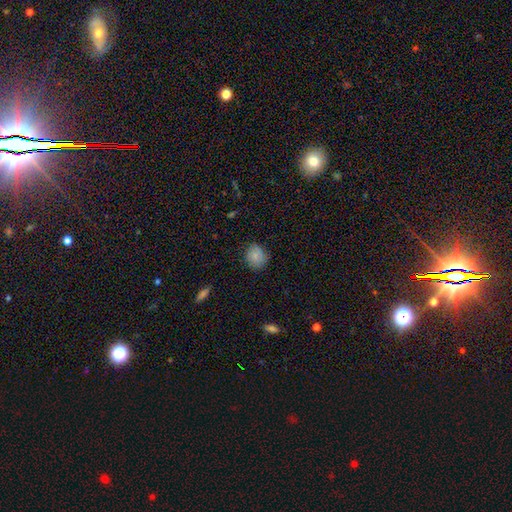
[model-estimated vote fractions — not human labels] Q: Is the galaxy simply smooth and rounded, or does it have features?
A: smooth — 80%.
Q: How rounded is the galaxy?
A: round — 71%.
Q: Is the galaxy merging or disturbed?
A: none — 79%.